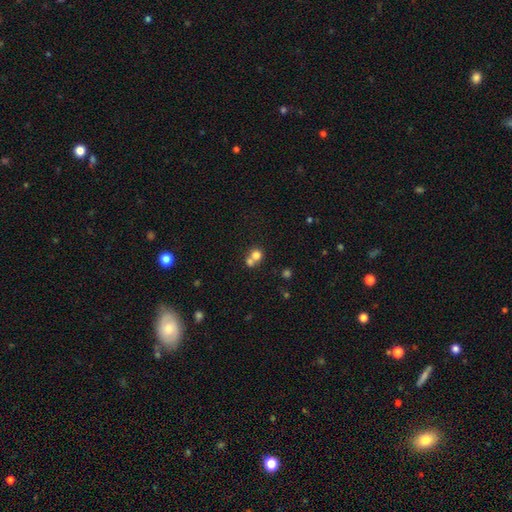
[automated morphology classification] This appears to be a smooth galaxy with no disk features (74%) that is round (83%). Merging: merger (55%).